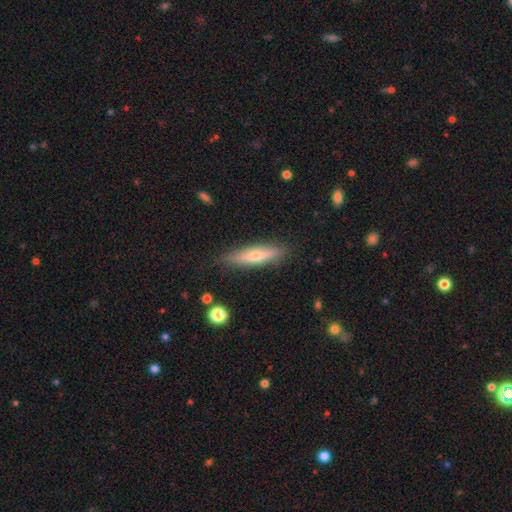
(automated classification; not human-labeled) The model was most divided on "smooth or featured": smooth: 49%, featured or disk: 44%, star or artifact: 7%. More confident: merging — none (85%).